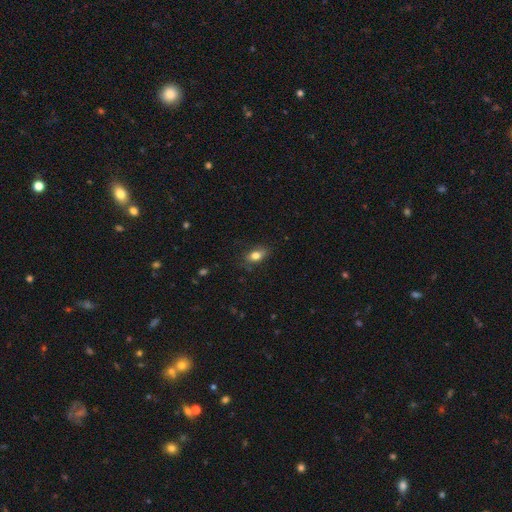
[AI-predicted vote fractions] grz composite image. It shows a smooth galaxy with no disk features (77%) that is in between round and cigar-shaped (80%). Merging: none (77%).